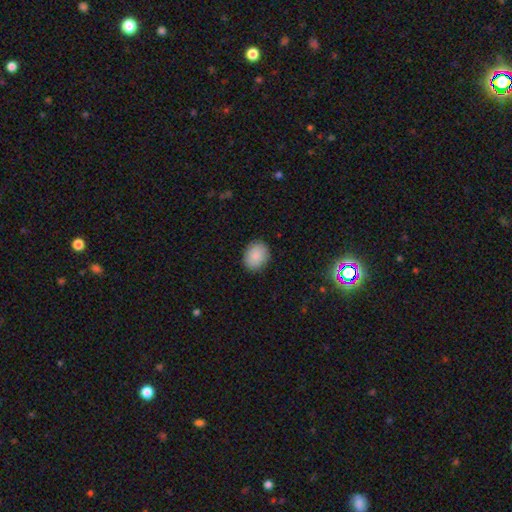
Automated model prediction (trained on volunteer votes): smooth_or_featured: smooth (p=0.88) [alt: star or artifact p=0.07]
how_rounded: in between (p=0.52) [alt: round p=0.47]
merging: none (p=0.88) [alt: minor disturbance p=0.09]